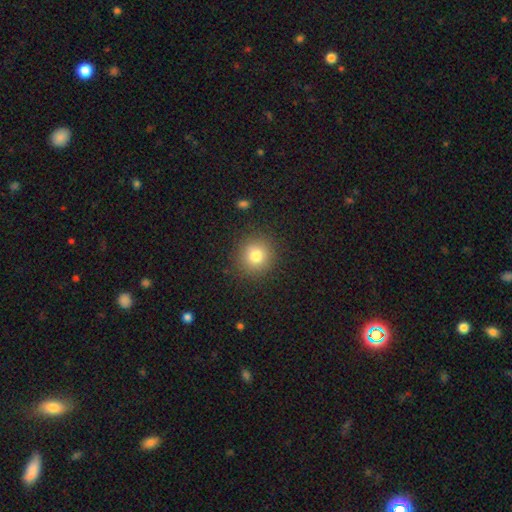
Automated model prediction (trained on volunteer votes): smooth_or_featured: smooth (p=0.80) [alt: star or artifact p=0.12]
how_rounded: round (p=0.90) [alt: in between p=0.09]
merging: none (p=0.88) [alt: minor disturbance p=0.08]